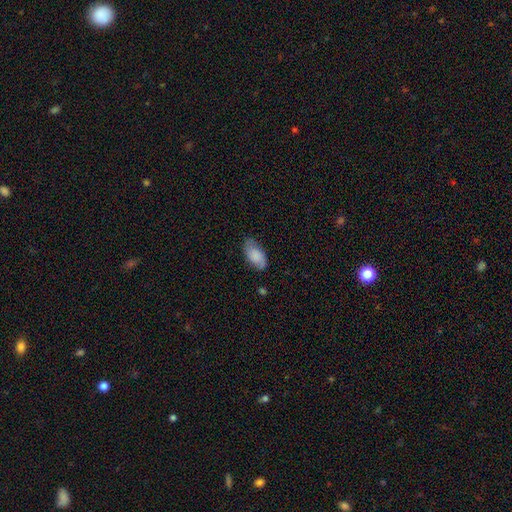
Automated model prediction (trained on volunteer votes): The model was most divided on "merging": none: 71%, minor disturbance: 23%, major disturbance: 5%, merger: 2%. More confident: how rounded — in between (94%); smooth or featured — smooth (78%).